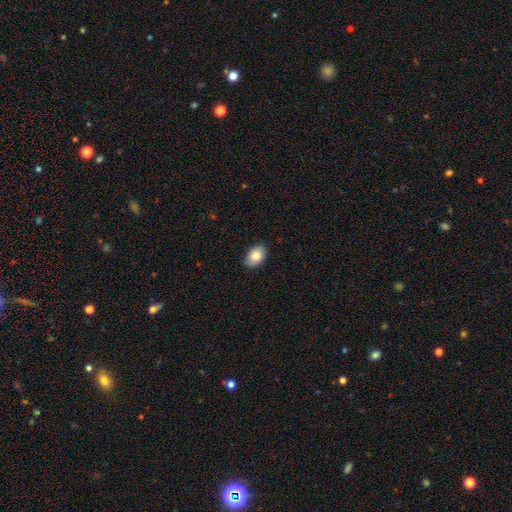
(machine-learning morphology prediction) smooth_or_featured: smooth (p=0.84) [alt: featured or disk p=0.09]
how_rounded: in between (p=0.85) [alt: round p=0.14]
merging: none (p=0.83) [alt: minor disturbance p=0.14]